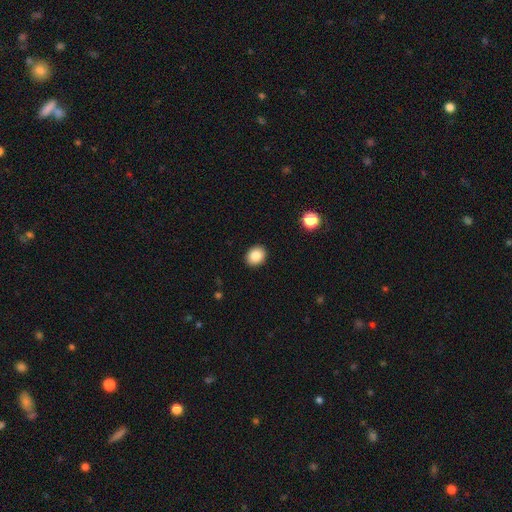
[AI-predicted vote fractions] Overall: smooth (86%). How rounded: round (56%; in between 44%). Merging: none (91%).